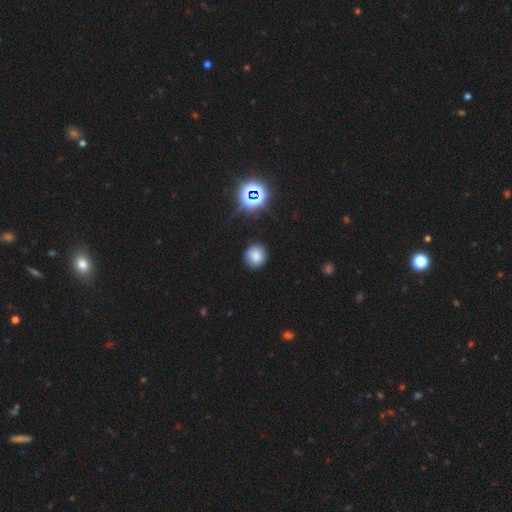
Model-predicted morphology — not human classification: A smooth galaxy with no disk features (75%) that is round (86%).

Vote fractions:
- Smooth or featured? smooth: 75% / star or artifact: 17% / featured or disk: 8%
- How rounded? round: 86% / in between: 13% / cigar-shaped: 1%
- Merging? none: 85% / minor disturbance: 11% / major disturbance: 3% / merger: 1%